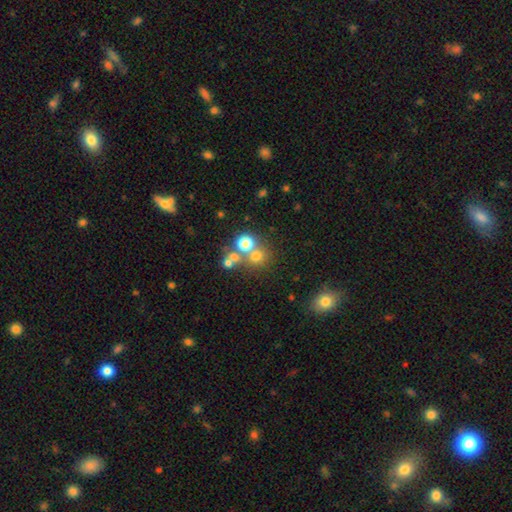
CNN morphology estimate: Overall: smooth (65%). How rounded: round (87%). Merging: none (55%; merger 34%).